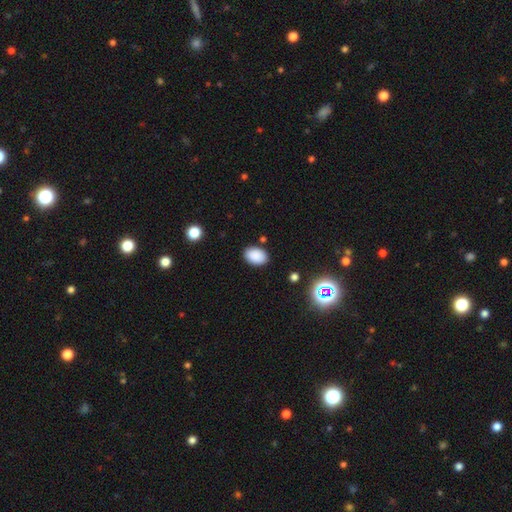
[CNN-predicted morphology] smooth-or-featured: smooth: 87% | star or artifact: 9% | featured or disk: 3%
  how-rounded: in between: 86% | round: 13% | cigar-shaped: 1%
  merging: none: 86% | minor disturbance: 10% | major disturbance: 2% | merger: 2%